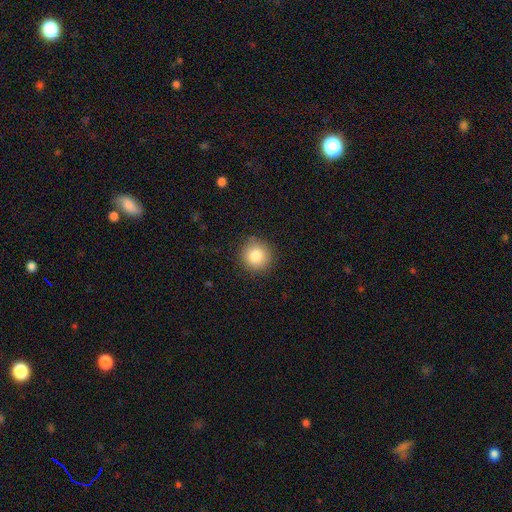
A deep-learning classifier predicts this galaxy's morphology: This appears to be a smooth galaxy with no disk features (83%) that is round (94%). Merging: none (89%).